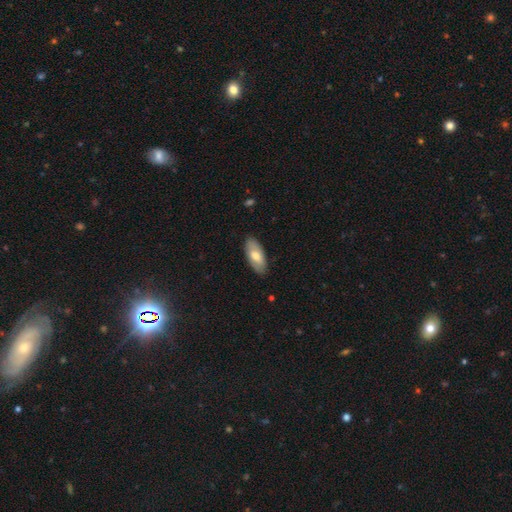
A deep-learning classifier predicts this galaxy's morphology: Smooth or featured?
  - smooth: 68% *
  - featured or disk: 27%
  - star or artifact: 6%
How rounded?
  - in between: 88% *
  - cigar-shaped: 10%
  - round: 2%
Merging?
  - none: 85% *
  - minor disturbance: 11%
  - major disturbance: 2%
  - merger: 1%